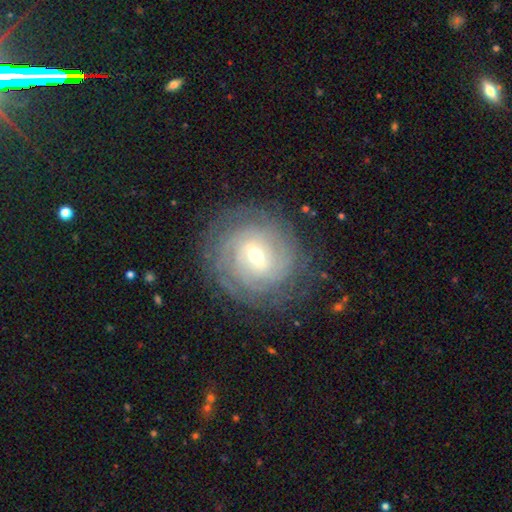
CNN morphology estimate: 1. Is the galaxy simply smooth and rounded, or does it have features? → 82% featured or disk, 11% smooth, 7% star or artifact.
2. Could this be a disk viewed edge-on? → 97% no, 3% yes.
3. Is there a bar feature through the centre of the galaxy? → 55% weak, 24% no, 21% strong.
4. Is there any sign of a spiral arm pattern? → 94% yes, 6% no.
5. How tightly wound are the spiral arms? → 80% tight, 16% medium, 4% loose.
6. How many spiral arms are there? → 42% can't tell, 16% 4, 14% 2, 13% 3, 11% more than 4, 5% 1.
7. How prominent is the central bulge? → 50% moderate, 45% small, 3% large, 1% dominant, 1% none.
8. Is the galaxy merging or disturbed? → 82% none, 12% minor disturbance, 5% major disturbance, 1% merger.